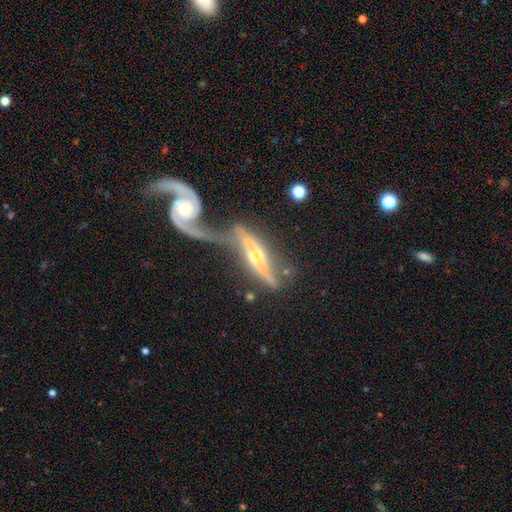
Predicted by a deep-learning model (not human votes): A featured or disk galaxy (81%) viewed edge-on (51%).

Vote fractions:
- Smooth or featured? featured or disk: 81% / smooth: 14% / star or artifact: 5%
- Edge-on disk? yes: 51% / no: 49%
- Merging? merger: 57% / none: 24% / minor disturbance: 11% / major disturbance: 9%